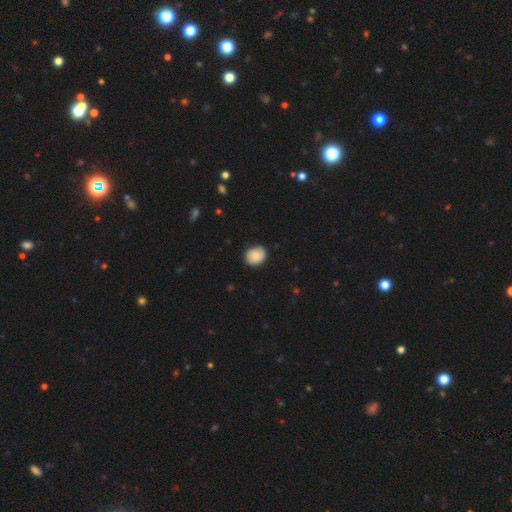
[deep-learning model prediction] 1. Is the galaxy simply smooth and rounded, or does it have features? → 84% smooth, 9% featured or disk, 7% star or artifact.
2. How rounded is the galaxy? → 61% round, 38% in between, 1% cigar-shaped.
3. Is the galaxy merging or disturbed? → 83% none, 14% minor disturbance, 2% major disturbance, 1% merger.